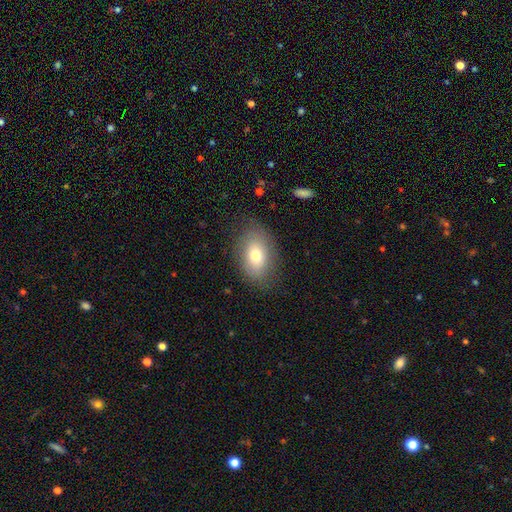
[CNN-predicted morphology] Overall: smooth (72%). How rounded: in between (88%). Merging: none (78%).